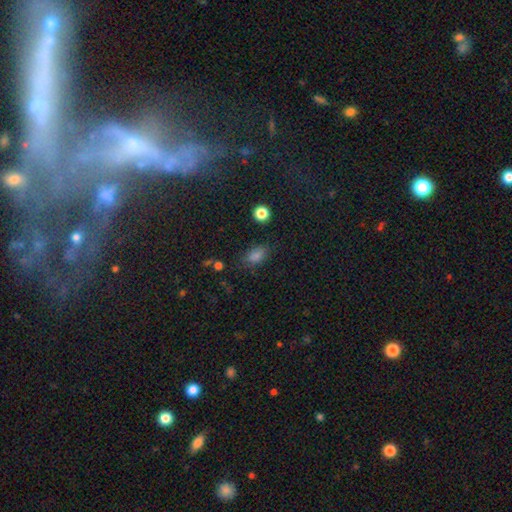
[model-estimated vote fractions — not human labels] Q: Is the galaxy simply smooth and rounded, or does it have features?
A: smooth — 78%.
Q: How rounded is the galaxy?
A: in between — 83%.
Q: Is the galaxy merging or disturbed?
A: none — 77%.